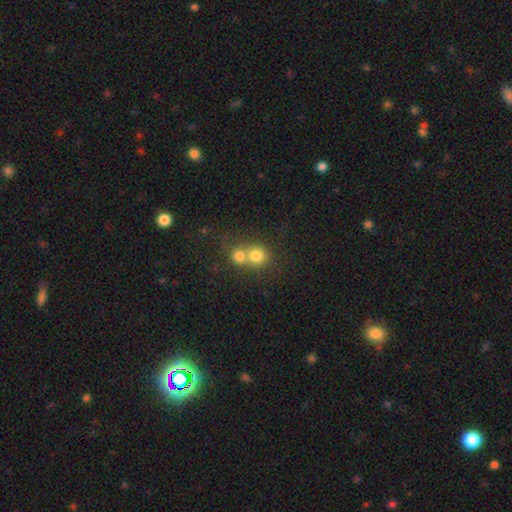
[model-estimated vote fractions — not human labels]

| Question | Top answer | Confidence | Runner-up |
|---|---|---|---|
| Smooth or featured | smooth | 75% | featured or disk (13%) |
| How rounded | round | 83% | in between (16%) |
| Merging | merger | 63% | none (30%) |